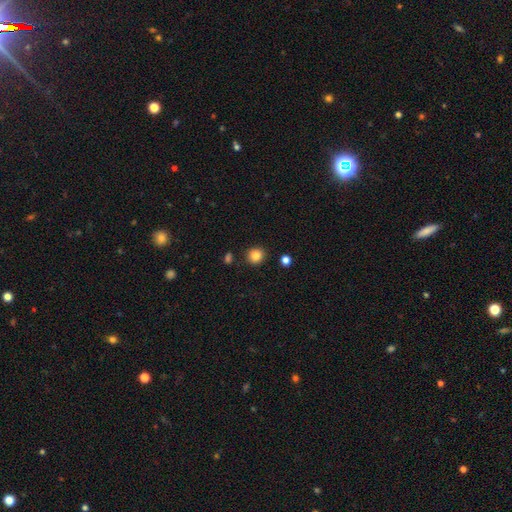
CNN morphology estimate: smooth-or-featured: smooth: 84% | star or artifact: 11% | featured or disk: 5%
  how-rounded: round: 88% | in between: 11% | cigar-shaped: 1%
  merging: none: 88% | minor disturbance: 7% | merger: 3% | major disturbance: 2%